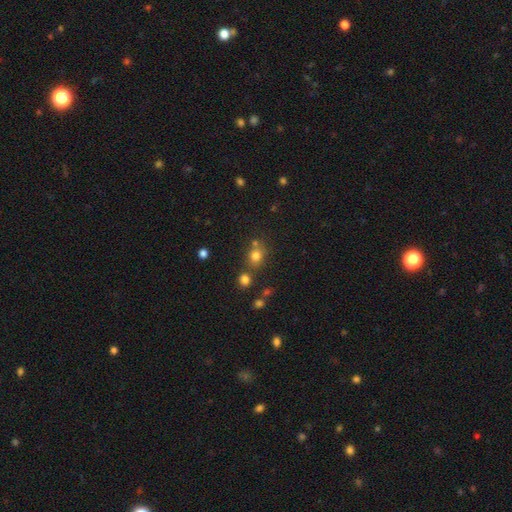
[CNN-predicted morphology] smooth-or-featured: smooth: 75% | star or artifact: 17% | featured or disk: 8%
  how-rounded: round: 78% | in between: 21% | cigar-shaped: 1%
  merging: none: 66% | merger: 19% | minor disturbance: 11% | major disturbance: 4%